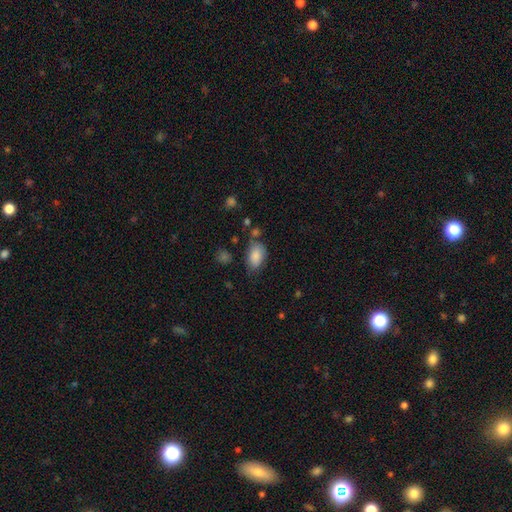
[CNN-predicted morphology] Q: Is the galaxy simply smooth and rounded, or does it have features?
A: smooth — 87%.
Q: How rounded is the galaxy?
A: in between — 90%.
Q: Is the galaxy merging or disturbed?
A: none — 65%.